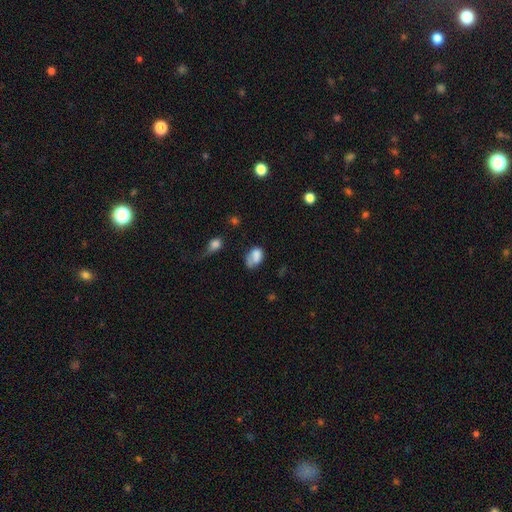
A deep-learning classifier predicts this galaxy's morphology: The model was most divided on "merging": none: 37%, minor disturbance: 30%, major disturbance: 19%, merger: 14%. More confident: how rounded — in between (82%); smooth or featured — smooth (75%).